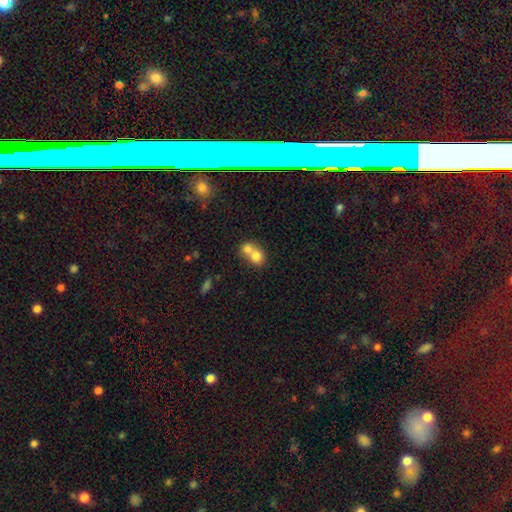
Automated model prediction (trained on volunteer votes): This appears to be a smooth galaxy with no disk features (72%) that is round (64%). Merging: merger (72%).